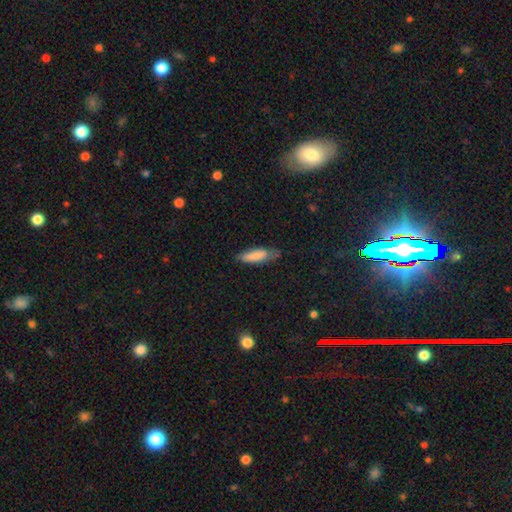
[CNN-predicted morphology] Smooth or featured: smooth — 81% (featured or disk — 13%)
How rounded: cigar-shaped — 51% (in between — 47%)
Merging: none — 63% (minor disturbance — 28%)